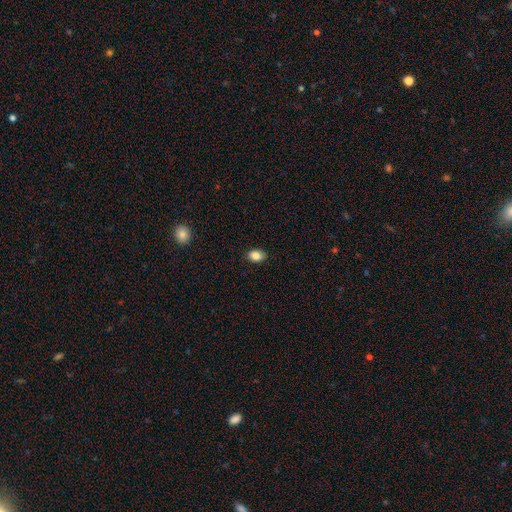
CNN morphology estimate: Q: Smooth or featured?
A: smooth (87%); runner-up: star or artifact (9%)
Q: How rounded?
A: in between (80%); runner-up: round (18%)
Q: Merging?
A: none (87%); runner-up: minor disturbance (10%)